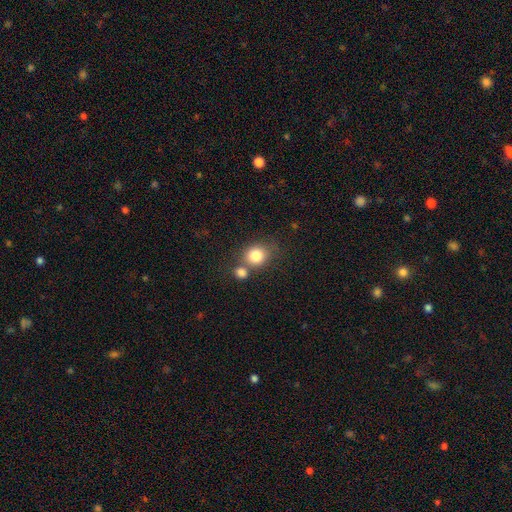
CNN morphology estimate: Smooth or featured?
  - smooth: 81% *
  - star or artifact: 10%
  - featured or disk: 8%
How rounded?
  - round: 79% *
  - in between: 20%
  - cigar-shaped: 1%
Merging?
  - none: 53% *
  - merger: 32%
  - minor disturbance: 11%
  - major disturbance: 4%